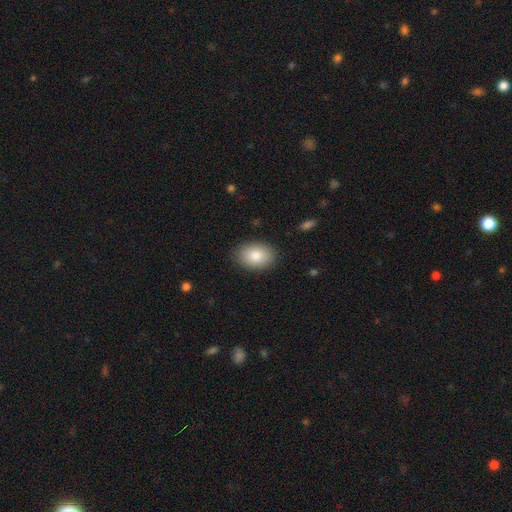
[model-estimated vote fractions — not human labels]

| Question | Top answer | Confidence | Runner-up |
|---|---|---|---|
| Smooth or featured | smooth | 84% | featured or disk (9%) |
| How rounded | in between | 79% | round (20%) |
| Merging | none | 88% | minor disturbance (9%) |